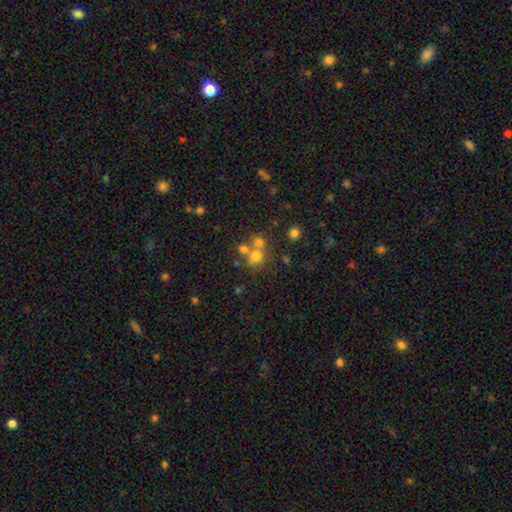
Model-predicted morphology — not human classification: Smooth or featured? Predicted: smooth (p=0.65). How rounded? Predicted: round (p=0.82). Merging? Predicted: none (p=0.49).